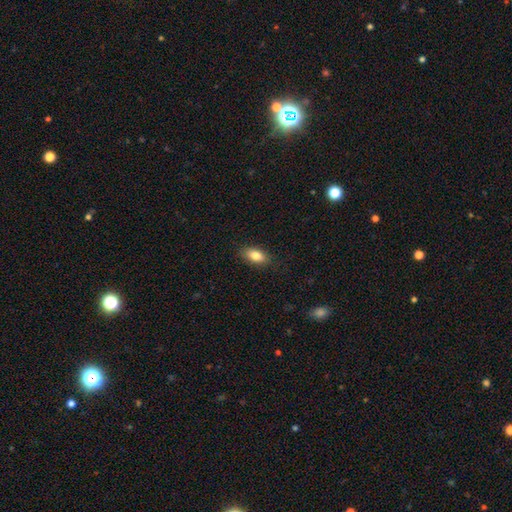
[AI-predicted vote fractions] smooth 83%, featured or disk 9%, star or artifact 7%. Down the decision tree: how rounded — in between (89%); merging — none (86%).